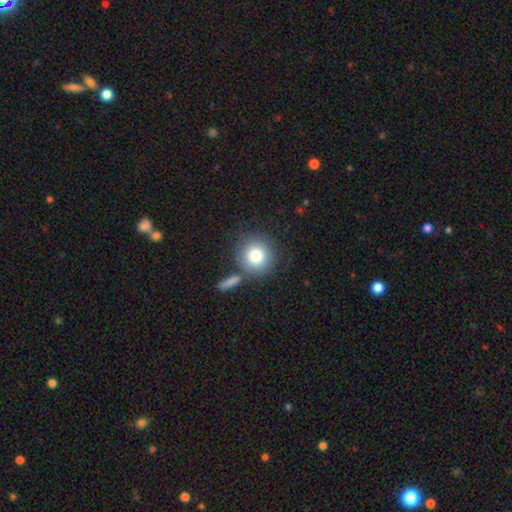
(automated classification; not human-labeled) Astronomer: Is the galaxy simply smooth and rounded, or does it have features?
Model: smooth — 80%.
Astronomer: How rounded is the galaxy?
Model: round — 92%.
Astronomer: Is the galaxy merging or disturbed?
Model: none — 72%.